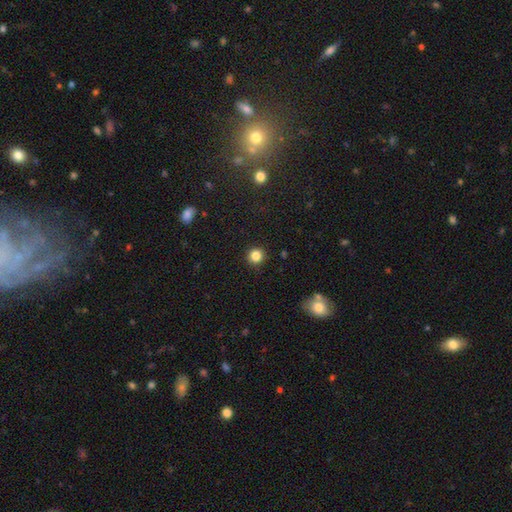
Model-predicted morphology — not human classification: This is clearly a smooth galaxy (84%). How rounded: clearly round (93%). Merging: clearly none (91%).